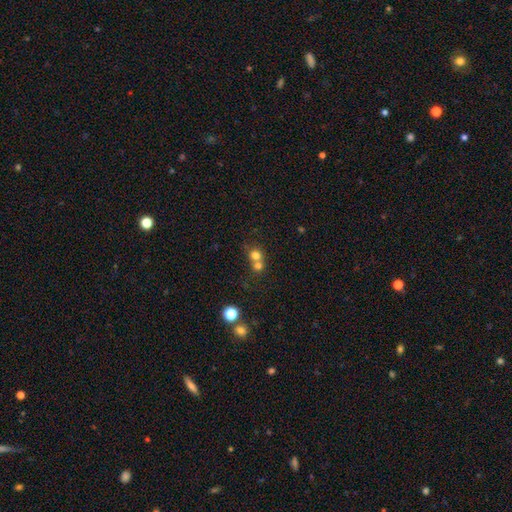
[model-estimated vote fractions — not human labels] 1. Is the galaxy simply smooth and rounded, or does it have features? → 74% smooth, 14% star or artifact, 12% featured or disk.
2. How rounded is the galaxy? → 83% round, 16% in between, 1% cigar-shaped.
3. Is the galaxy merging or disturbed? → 57% merger, 36% none, 5% minor disturbance, 2% major disturbance.